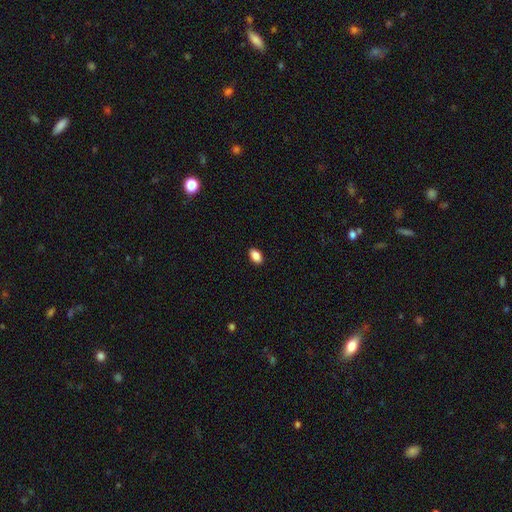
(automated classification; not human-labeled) A smooth galaxy with no disk features (88%) that is in between round and cigar-shaped (90%).

Vote fractions:
- Smooth or featured? smooth: 88% / star or artifact: 8% / featured or disk: 4%
- How rounded? in between: 90% / round: 8% / cigar-shaped: 2%
- Merging? none: 90% / minor disturbance: 7% / major disturbance: 2% / merger: 1%